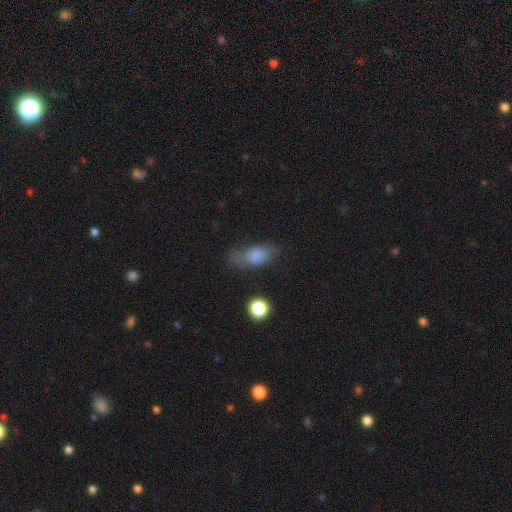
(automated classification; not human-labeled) Overall: smooth (75%). How rounded: in between (82%). Merging: none (51%; minor disturbance 29%).